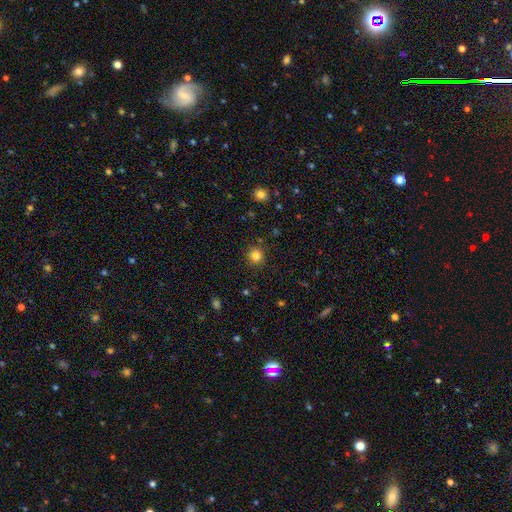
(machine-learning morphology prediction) smooth-or-featured: smooth: 82% | star or artifact: 13% | featured or disk: 5%
  how-rounded: round: 93% | in between: 7% | cigar-shaped: 1%
  merging: none: 88% | minor disturbance: 8% | major disturbance: 3% | merger: 2%